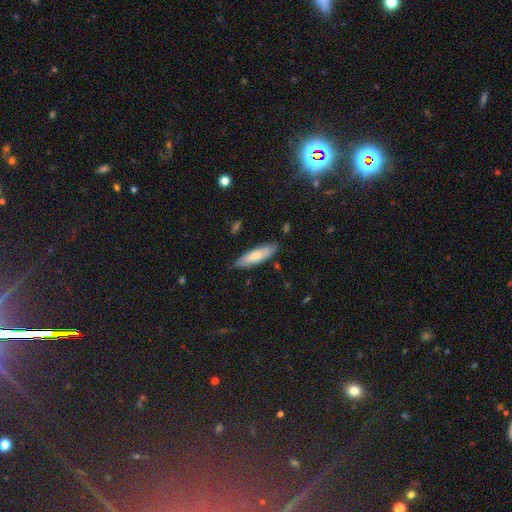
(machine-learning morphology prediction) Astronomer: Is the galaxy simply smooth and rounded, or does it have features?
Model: smooth — 70%.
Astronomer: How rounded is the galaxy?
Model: cigar-shaped — 52% (runner-up: in between, 46%).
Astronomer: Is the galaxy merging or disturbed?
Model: none — 82%.